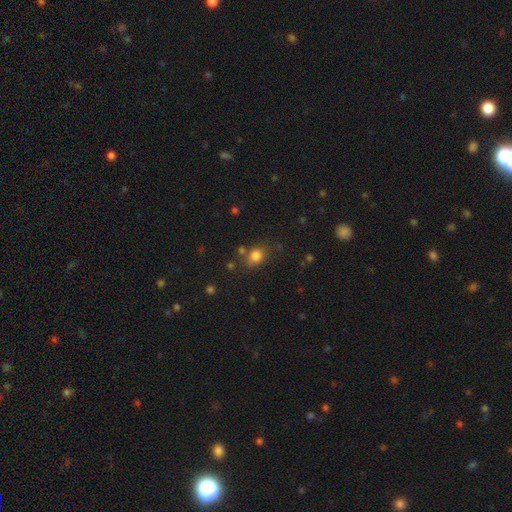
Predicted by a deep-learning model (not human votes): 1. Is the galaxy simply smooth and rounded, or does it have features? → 80% smooth, 13% star or artifact, 7% featured or disk.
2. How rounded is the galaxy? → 51% round, 48% in between, 1% cigar-shaped.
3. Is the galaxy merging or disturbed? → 65% none, 18% minor disturbance, 11% merger, 6% major disturbance.